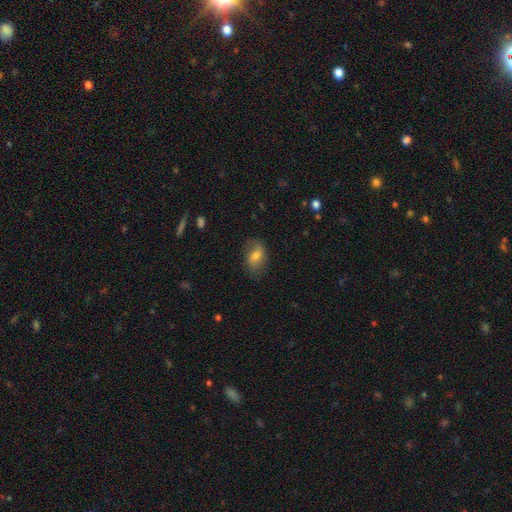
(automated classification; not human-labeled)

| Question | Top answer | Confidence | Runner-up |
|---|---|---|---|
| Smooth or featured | smooth | 66% | featured or disk (26%) |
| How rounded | in between | 82% | round (16%) |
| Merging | none | 73% | minor disturbance (19%) |